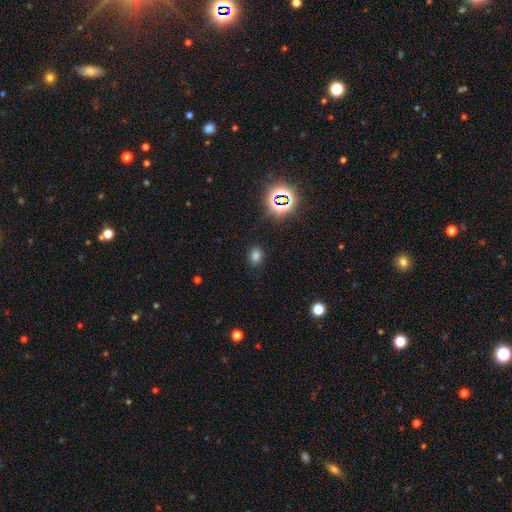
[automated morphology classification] A smooth galaxy with no disk features (71%) that is in between round and cigar-shaped (54%). Merging: none (84%).